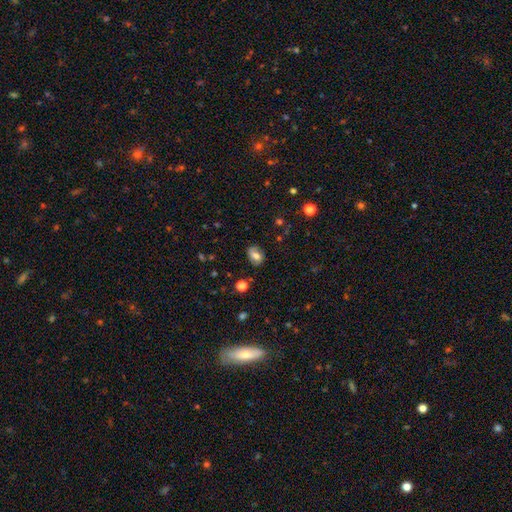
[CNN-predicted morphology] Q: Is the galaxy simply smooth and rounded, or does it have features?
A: smooth — 61%.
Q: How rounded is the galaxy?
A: in between — 68%.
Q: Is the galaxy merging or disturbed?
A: none — 72%.